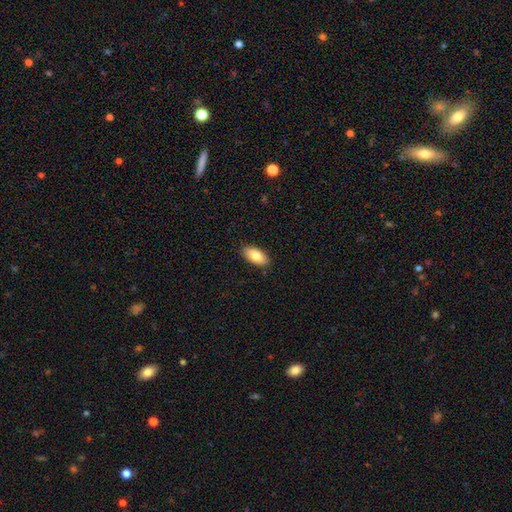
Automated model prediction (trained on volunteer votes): A smooth galaxy with no disk features (82%) that is in between round and cigar-shaped (92%).

Vote fractions:
- Smooth or featured? smooth: 82% / featured or disk: 12% / star or artifact: 6%
- How rounded? in between: 92% / cigar-shaped: 6% / round: 2%
- Merging? none: 89% / minor disturbance: 8% / major disturbance: 2% / merger: 1%